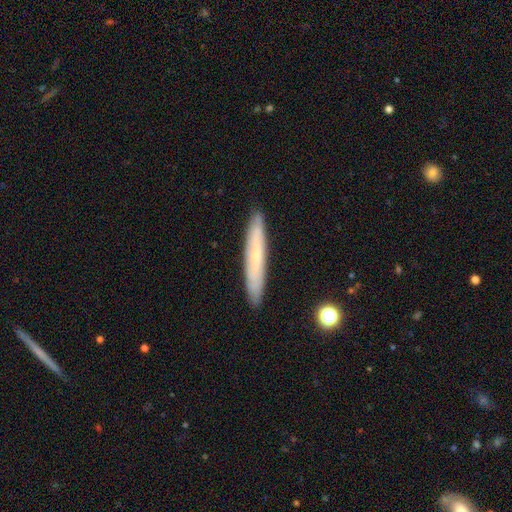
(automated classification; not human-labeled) Morphology: type=smooth (50%); roundness=cigar-shaped (94%); merging=none (89%).